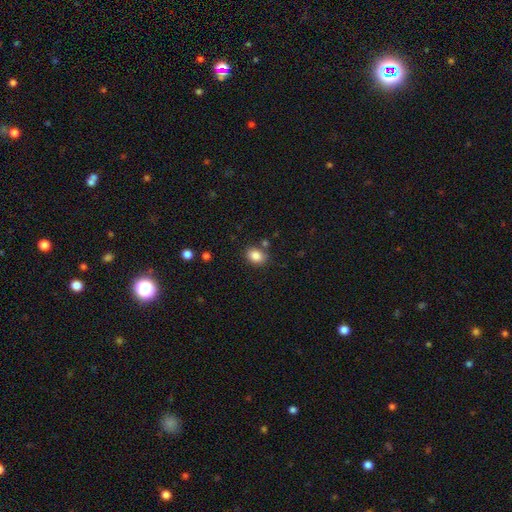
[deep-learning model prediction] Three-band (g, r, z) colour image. It shows a smooth galaxy with no disk features (85%) that is in between round and cigar-shaped (60%). Merging: none (79%).